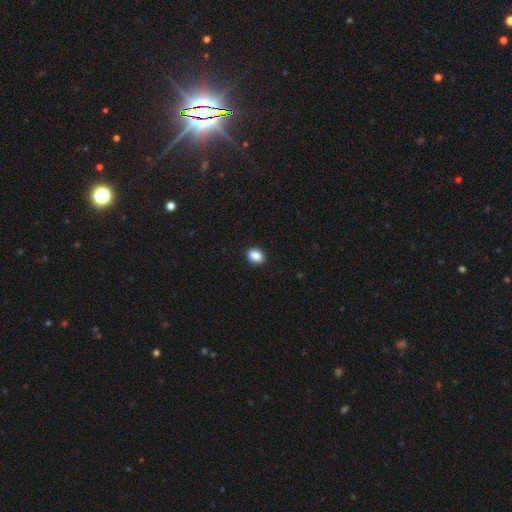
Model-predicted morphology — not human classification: Smooth or featured?
  - smooth: 88% *
  - star or artifact: 9%
  - featured or disk: 4%
How rounded?
  - in between: 65% *
  - round: 34%
  - cigar-shaped: 1%
Merging?
  - none: 92% *
  - minor disturbance: 6%
  - major disturbance: 2%
  - merger: 1%